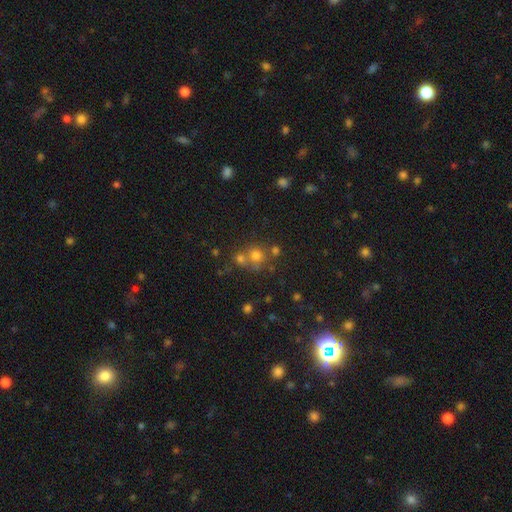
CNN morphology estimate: Overall: smooth (69%). How rounded: round (86%). Merging: none (53%; merger 33%).